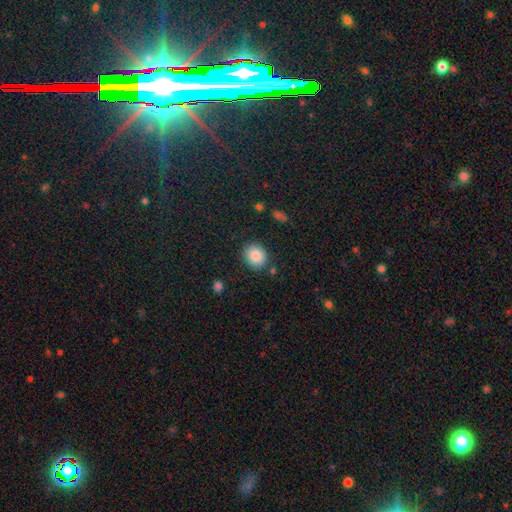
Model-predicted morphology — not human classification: This is clearly a smooth galaxy (87%). How rounded: likely round (75%). Merging: clearly none (85%).